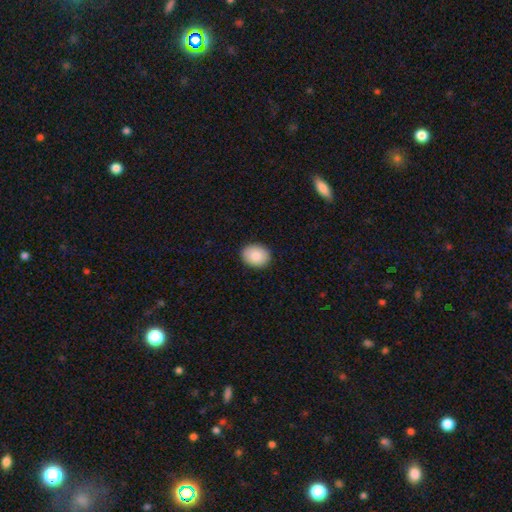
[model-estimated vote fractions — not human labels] Smooth or featured: smooth — 87% (star or artifact — 7%)
How rounded: in between — 57% (round — 42%)
Merging: none — 90% (minor disturbance — 8%)